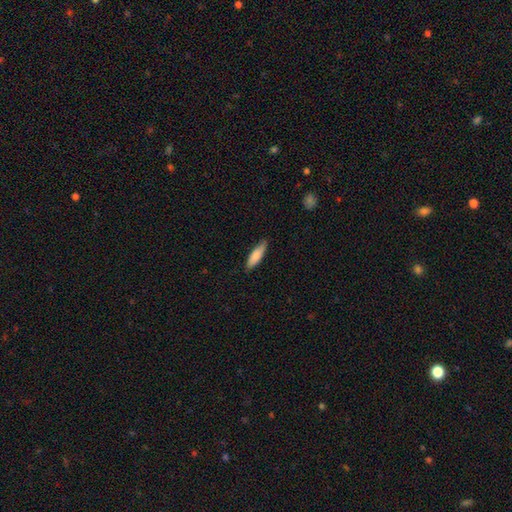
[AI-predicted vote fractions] A smooth galaxy with no disk features (82%) that is cigar-shaped (60%). Merging: none (81%).